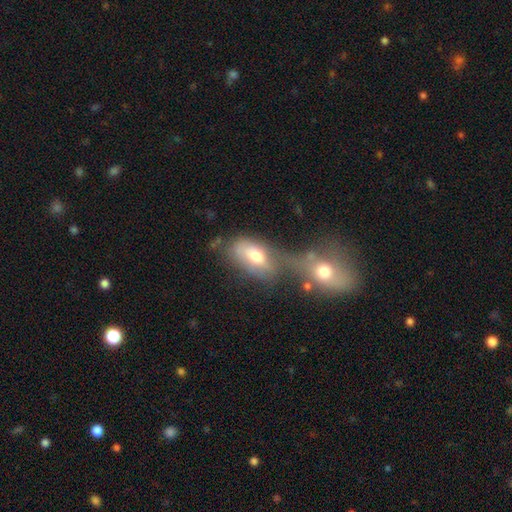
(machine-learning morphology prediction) A smooth galaxy with no disk features (65%) that is in between round and cigar-shaped (87%). Merging: merger (46%).